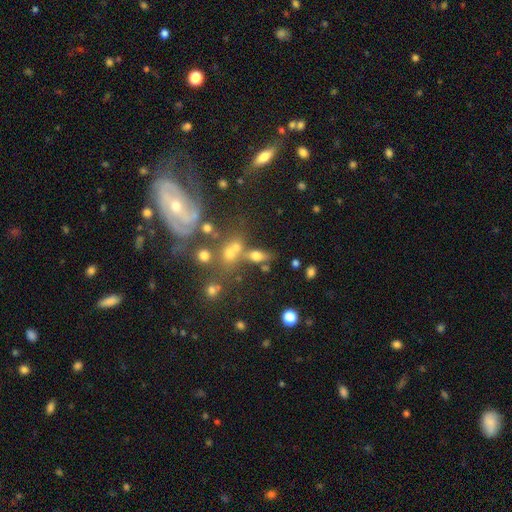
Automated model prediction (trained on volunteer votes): This is possibly a featured or disk galaxy (46%). Merging: possibly none (48%).